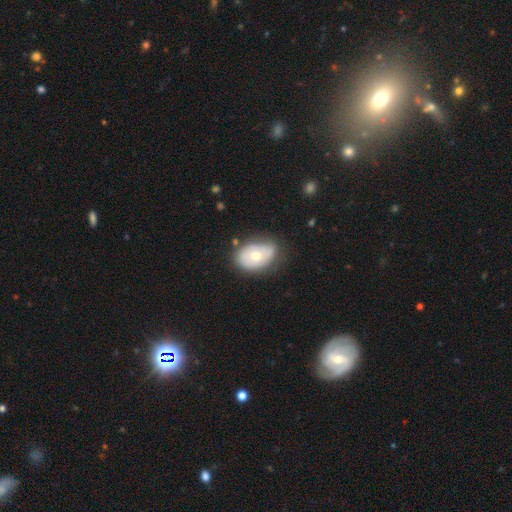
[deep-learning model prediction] This appears to be a smooth galaxy with no disk features (55%) that is in between round and cigar-shaped (81%). Merging: none (60%).